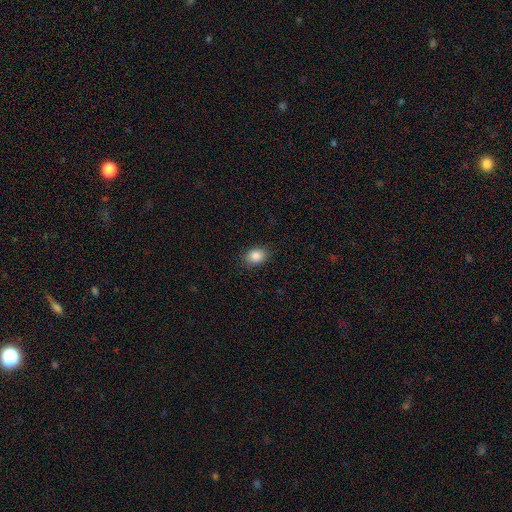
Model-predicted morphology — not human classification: Smooth or featured? smooth (87%)
How rounded? in between (61%)
Merging? none (86%)